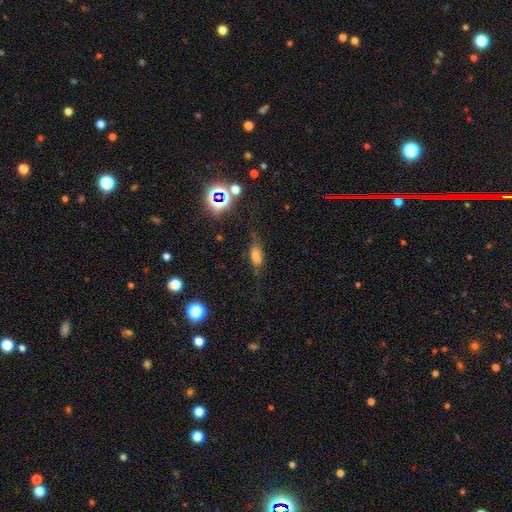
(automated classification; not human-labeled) This is possibly a smooth galaxy (59%). How rounded: likely in between (72%). Merging: possibly none (58%).